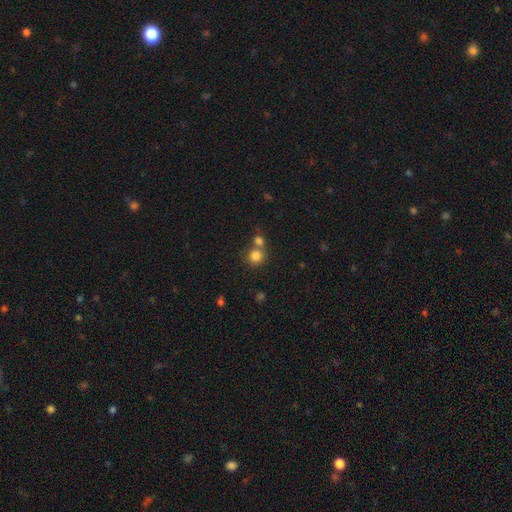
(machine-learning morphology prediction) type=smooth (81%); roundness=round (88%); merging=none (54%).